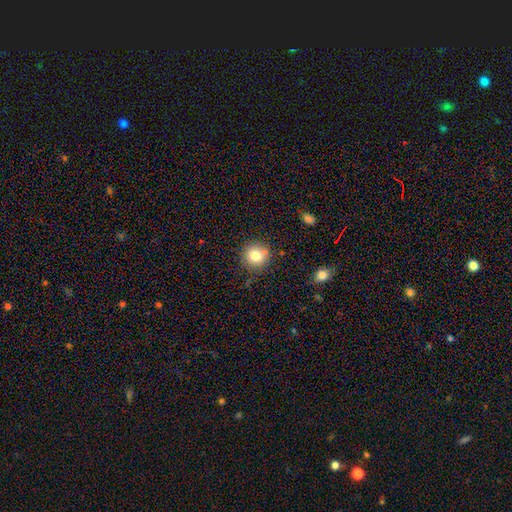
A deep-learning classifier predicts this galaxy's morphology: This appears to be a smooth galaxy with no disk features (80%) that is round (91%). Merging: none (80%).